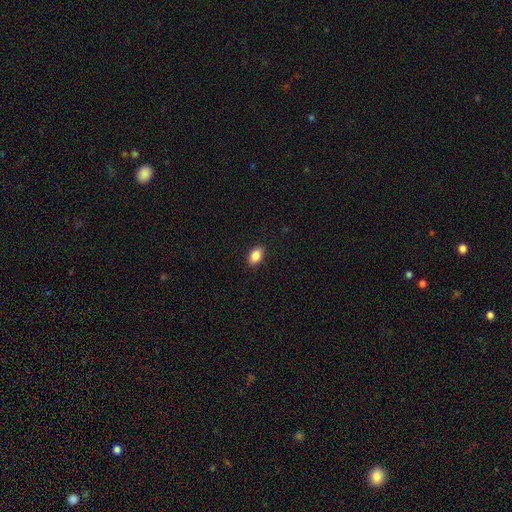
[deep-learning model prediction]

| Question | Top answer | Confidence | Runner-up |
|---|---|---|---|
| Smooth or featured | smooth | 87% | star or artifact (8%) |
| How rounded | in between | 88% | round (10%) |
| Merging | none | 90% | minor disturbance (7%) |